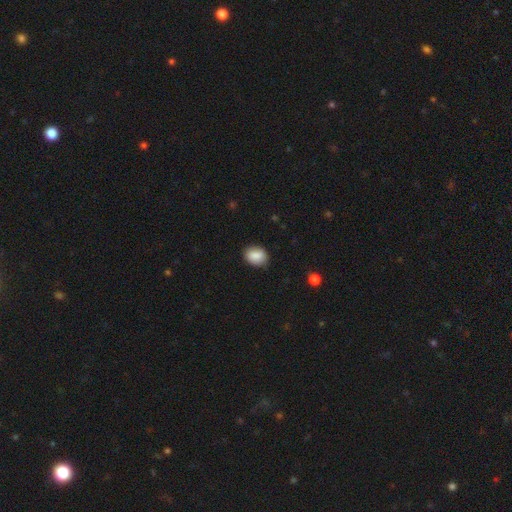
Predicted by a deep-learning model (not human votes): Smooth or featured? Predicted: smooth (p=0.88). How rounded? Predicted: in between (p=0.64). Merging? Predicted: none (p=0.84).